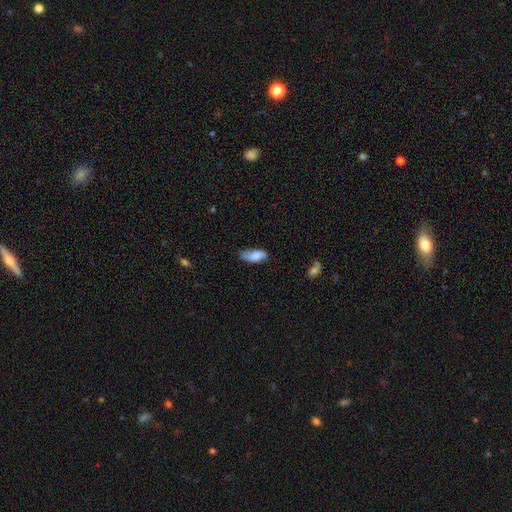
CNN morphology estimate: smooth_or_featured: smooth (p=0.83) [alt: featured or disk p=0.10]
how_rounded: in between (p=0.85) [alt: cigar-shaped p=0.13]
merging: none (p=0.49) [alt: minor disturbance p=0.39]